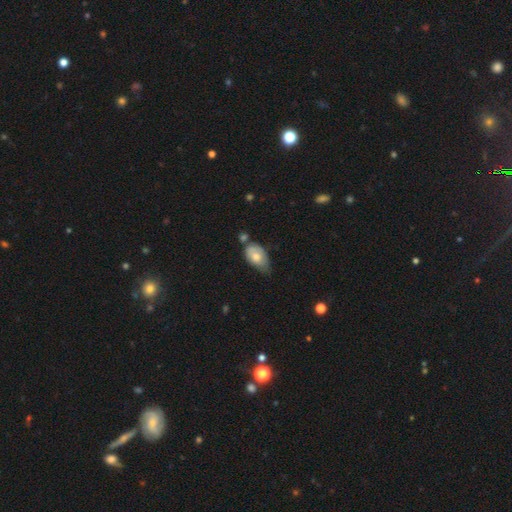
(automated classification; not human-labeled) smooth_or_featured: smooth (p=0.67) [alt: featured or disk p=0.26]
how_rounded: in between (p=0.91) [alt: round p=0.07]
merging: minor disturbance (p=0.40) [alt: none p=0.33]